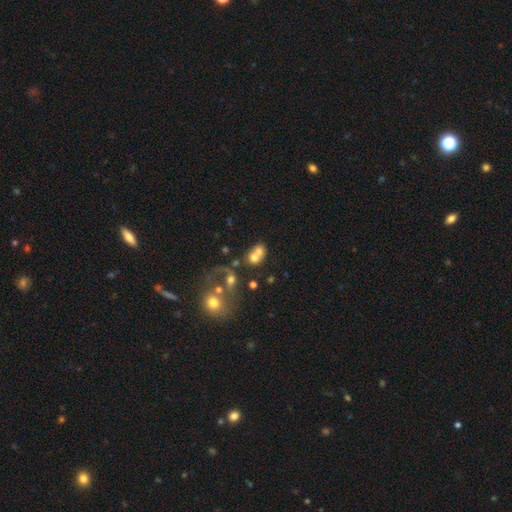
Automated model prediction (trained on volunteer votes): Q: Smooth or featured?
A: smooth (64%); runner-up: featured or disk (24%)
Q: How rounded?
A: round (59%); runner-up: in between (40%)
Q: Merging?
A: merger (64%); runner-up: none (21%)